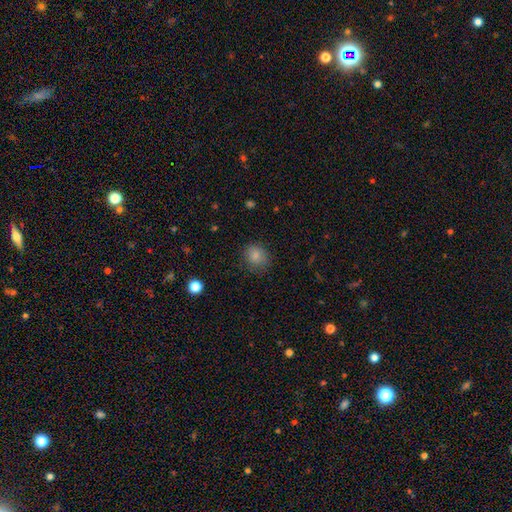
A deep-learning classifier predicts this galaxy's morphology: Smooth or featured?
  - smooth: 83% *
  - star or artifact: 11%
  - featured or disk: 6%
How rounded?
  - round: 74% *
  - in between: 25%
  - cigar-shaped: 1%
Merging?
  - none: 79% *
  - minor disturbance: 15%
  - major disturbance: 5%
  - merger: 1%